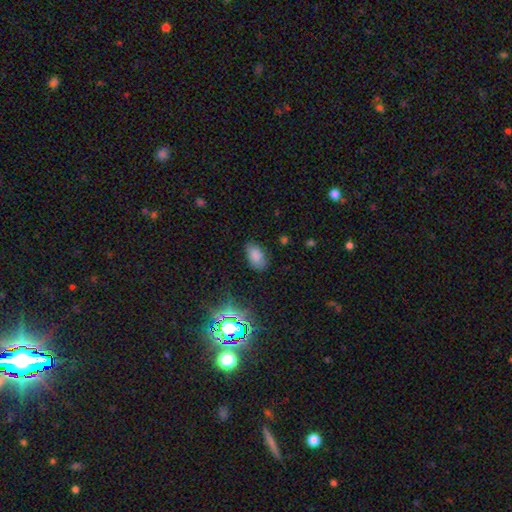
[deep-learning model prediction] smooth-or-featured: smooth: 79% | star or artifact: 14% | featured or disk: 7%
  how-rounded: in between: 92% | round: 6% | cigar-shaped: 2%
  merging: none: 78% | minor disturbance: 17% | major disturbance: 4% | merger: 2%